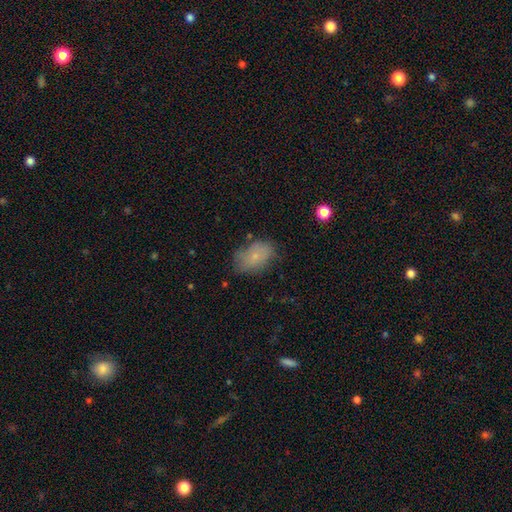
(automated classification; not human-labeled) Smooth or featured: smooth — 72% (featured or disk — 18%)
How rounded: in between — 86% (round — 12%)
Merging: none — 69% (minor disturbance — 22%)